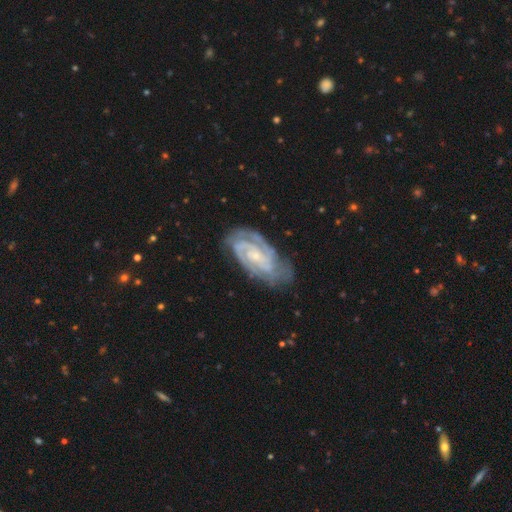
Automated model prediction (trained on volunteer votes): Smooth or featured: featured or disk — 88% (smooth — 6%)
Edge-on disk: no — 96% (yes — 4%)
Bar: no — 55% (weak — 35%)
Spiral arms: yes — 98% (no — 2%)
Spiral winding: tight — 65% (medium — 30%)
Spiral arm count: 2 — 45% (3 — 22%)
Bulge size: small — 73% (moderate — 18%)
Merging: none — 71% (minor disturbance — 20%)